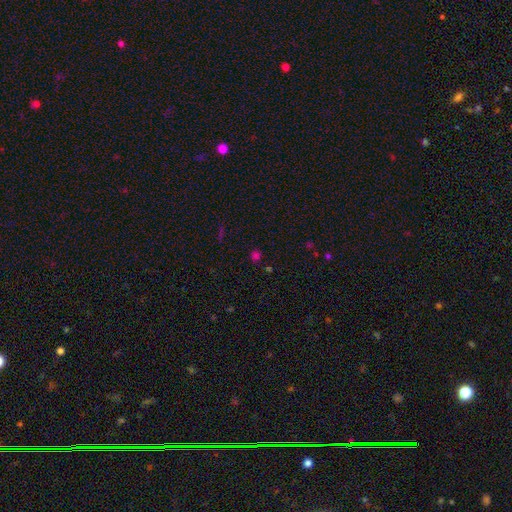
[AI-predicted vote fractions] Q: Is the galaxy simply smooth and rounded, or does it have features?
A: smooth — 59%.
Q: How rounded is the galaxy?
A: round — 86%.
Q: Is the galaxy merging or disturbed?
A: none — 83%.